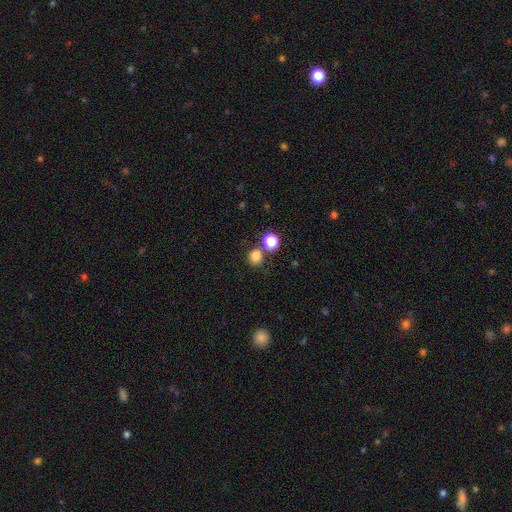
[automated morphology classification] This appears to be a smooth galaxy with no disk features (80%) that is round (77%). Merging: none (69%).